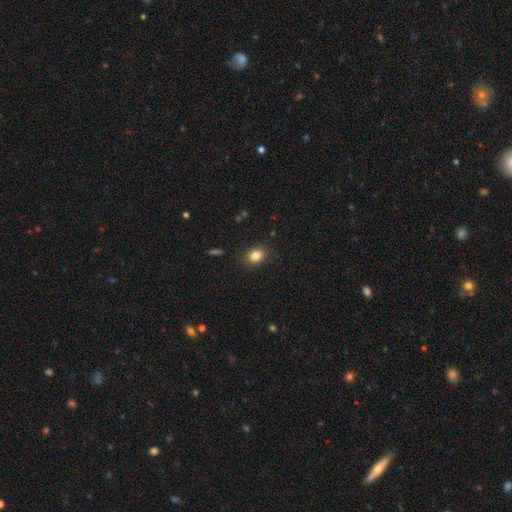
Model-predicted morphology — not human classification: A smooth galaxy with no disk features (84%) that is in between round and cigar-shaped (64%).

Vote fractions:
- Smooth or featured? smooth: 84% / star or artifact: 10% / featured or disk: 6%
- How rounded? in between: 64% / round: 35% / cigar-shaped: 1%
- Merging? none: 87% / minor disturbance: 10% / major disturbance: 3% / merger: 1%